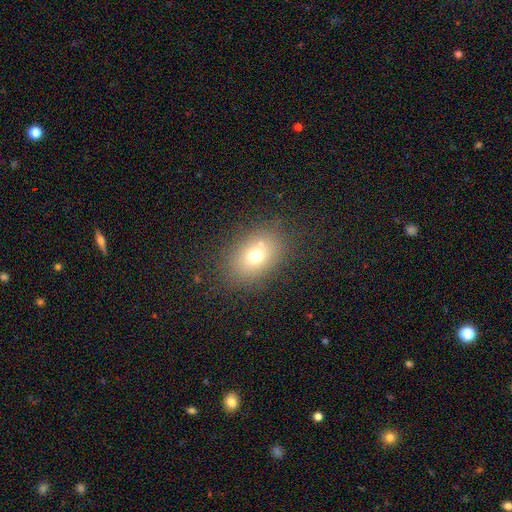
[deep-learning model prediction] smooth 68%, featured or disk 17%, star or artifact 15%. Down the decision tree: how rounded — in between (67%); merging — none (75%).